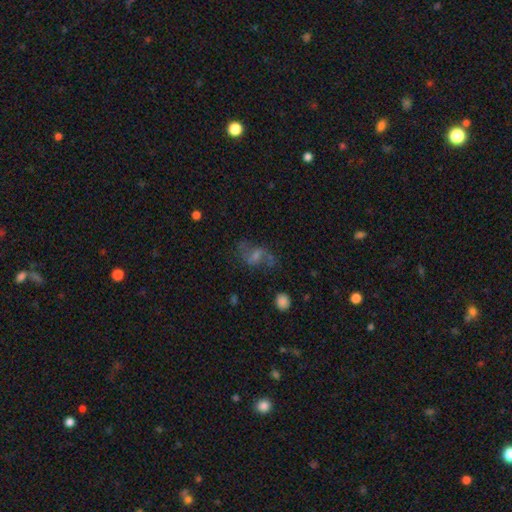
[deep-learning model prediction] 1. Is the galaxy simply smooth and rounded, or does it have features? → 50% featured or disk, 25% smooth, 24% star or artifact.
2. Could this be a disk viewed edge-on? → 94% no, 6% yes.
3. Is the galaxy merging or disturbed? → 63% none, 17% minor disturbance, 16% major disturbance, 4% merger.